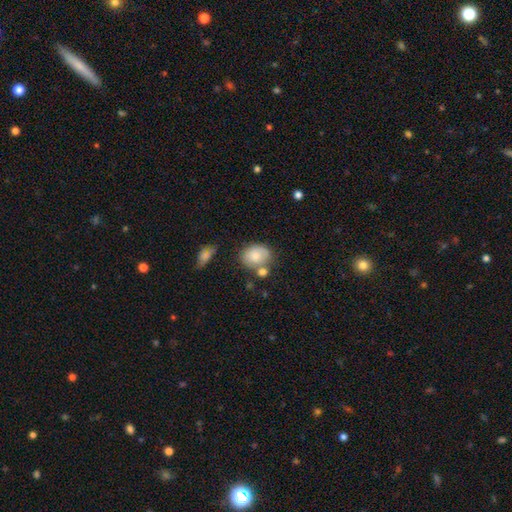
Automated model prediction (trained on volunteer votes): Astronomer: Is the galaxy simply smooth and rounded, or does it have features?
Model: smooth — 73%.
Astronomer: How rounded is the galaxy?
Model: in between — 51% (runner-up: round, 48%).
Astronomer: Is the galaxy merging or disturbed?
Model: none — 55%.